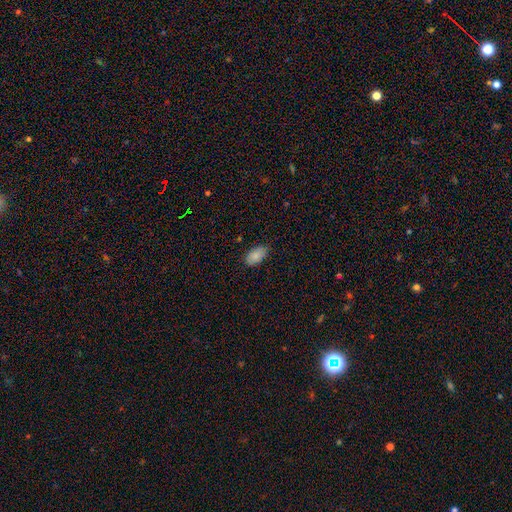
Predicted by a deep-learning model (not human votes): Smooth or featured?
  - smooth: 87% *
  - star or artifact: 7%
  - featured or disk: 6%
How rounded?
  - in between: 94% *
  - round: 4%
  - cigar-shaped: 2%
Merging?
  - none: 79% *
  - minor disturbance: 17%
  - major disturbance: 3%
  - merger: 1%